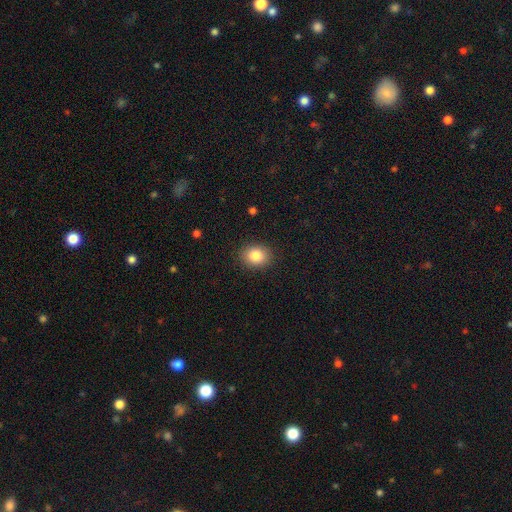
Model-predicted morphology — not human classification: A smooth galaxy with no disk features (84%) that is round (53%).

Vote fractions:
- Smooth or featured? smooth: 84% / star or artifact: 9% / featured or disk: 6%
- How rounded? round: 53% / in between: 46% / cigar-shaped: 1%
- Merging? none: 89% / minor disturbance: 8% / major disturbance: 2% / merger: 1%